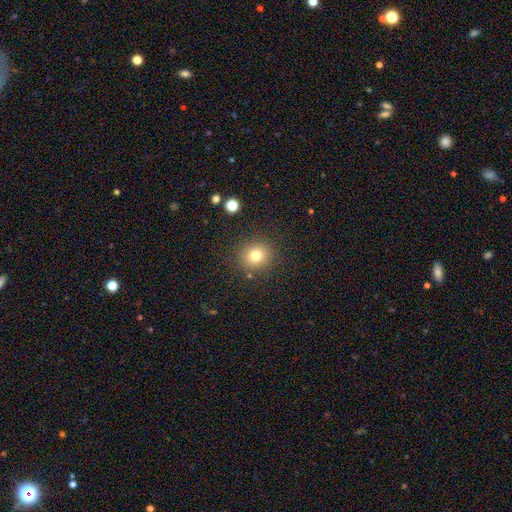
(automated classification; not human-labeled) Smooth or featured? smooth (78%)
How rounded? round (87%)
Merging? none (87%)